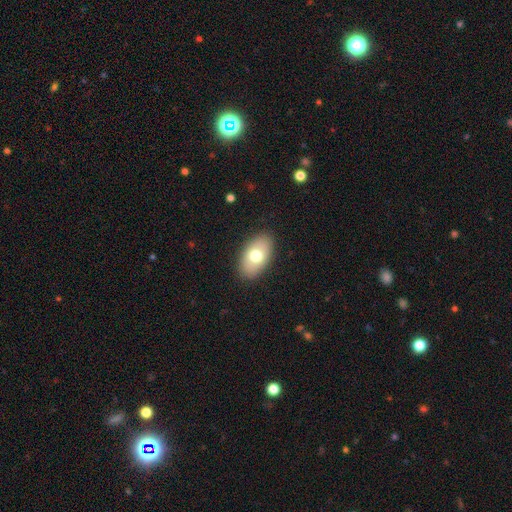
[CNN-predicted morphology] type=smooth (72%); roundness=in between (92%); merging=none (87%).